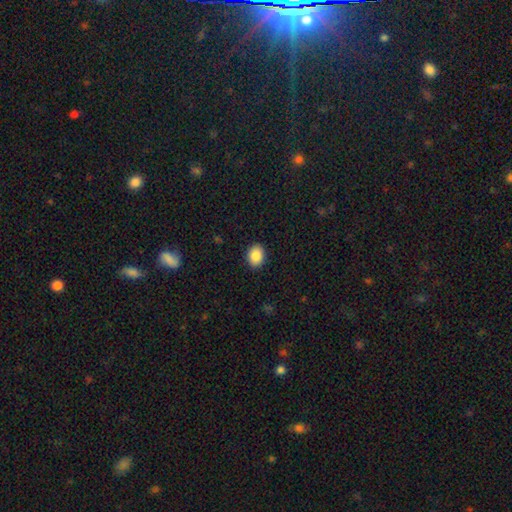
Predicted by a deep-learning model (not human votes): Smooth or featured: smooth — 88% (star or artifact — 8%)
How rounded: in between — 61% (round — 38%)
Merging: none — 90% (minor disturbance — 7%)